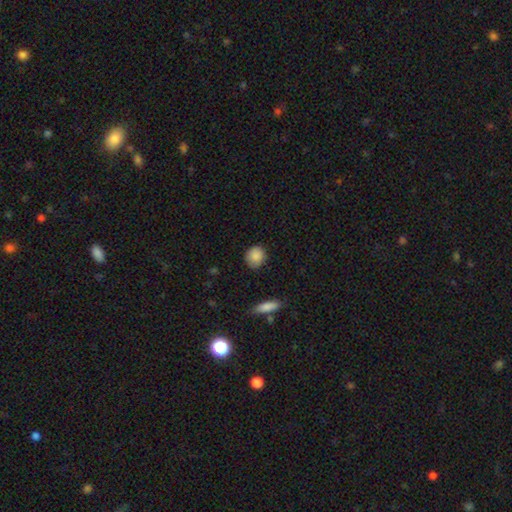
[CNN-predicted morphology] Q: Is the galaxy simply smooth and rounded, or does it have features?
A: smooth — 87%.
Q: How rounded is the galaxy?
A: round — 75%.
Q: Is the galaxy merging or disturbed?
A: none — 79%.